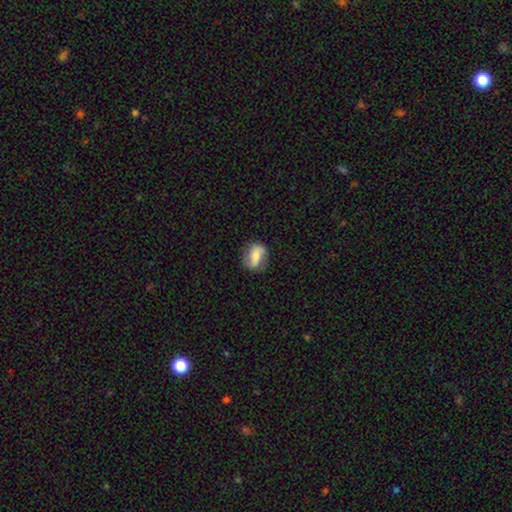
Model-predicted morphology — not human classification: Smooth or featured? Predicted: smooth (p=0.48). Merging? Predicted: none (p=0.75).